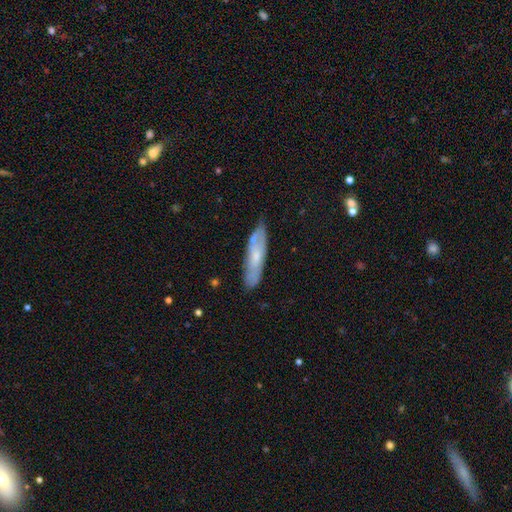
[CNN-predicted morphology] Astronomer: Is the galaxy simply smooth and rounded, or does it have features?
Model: featured or disk — 47% (runner-up: smooth, 45%).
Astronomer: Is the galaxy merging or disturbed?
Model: none — 78%.